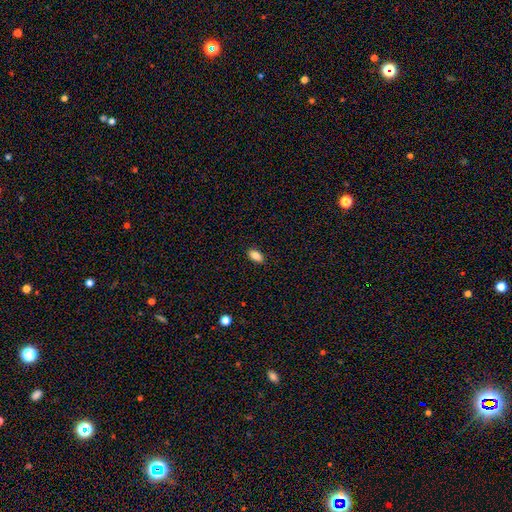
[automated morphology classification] Smooth or featured: smooth — 86% (star or artifact — 8%)
How rounded: in between — 91% (round — 5%)
Merging: none — 89% (minor disturbance — 9%)